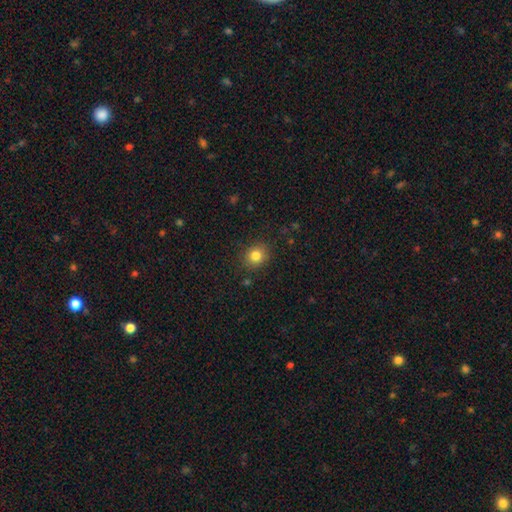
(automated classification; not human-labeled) Morphology: type=smooth (82%); roundness=round (74%); merging=none (87%).